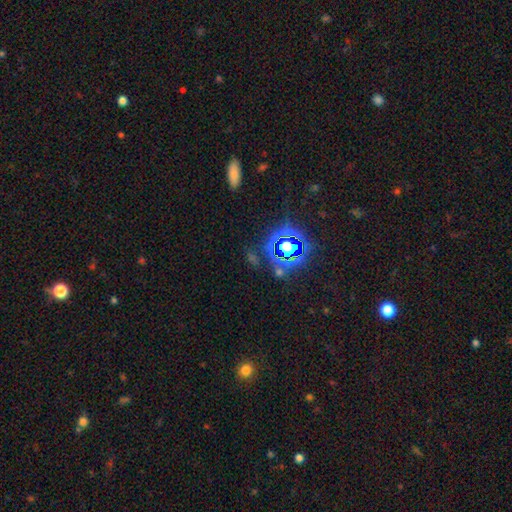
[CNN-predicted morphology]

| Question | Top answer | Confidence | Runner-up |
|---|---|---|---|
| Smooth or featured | star or artifact | 71% | smooth (20%) |